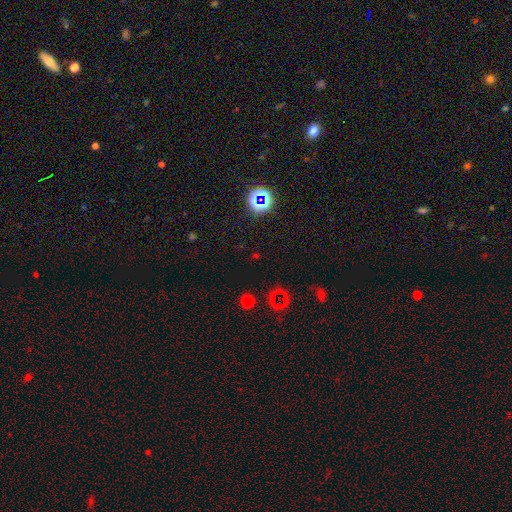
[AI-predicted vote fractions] Morphology: type=star or artifact (66%).